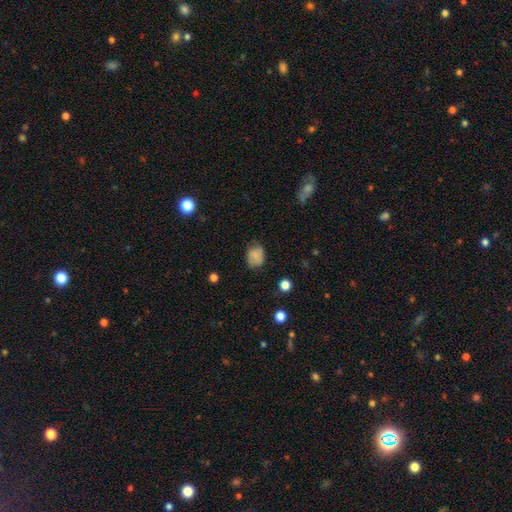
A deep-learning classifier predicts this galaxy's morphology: type=smooth (81%); roundness=round (56%); merging=none (71%).